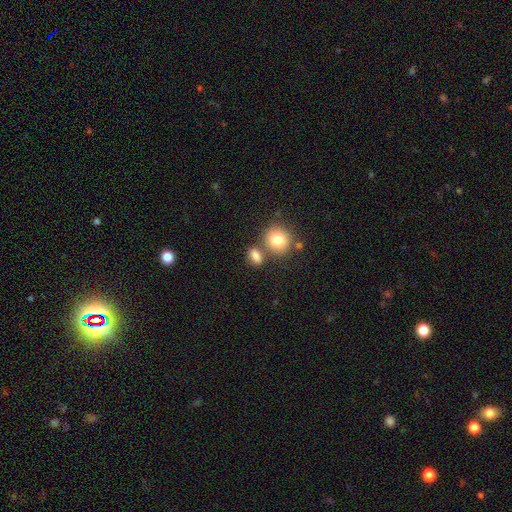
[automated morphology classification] The model was most divided on "how rounded": in between: 64%, round: 33%, cigar-shaped: 4%. More confident: smooth or featured — smooth (82%); merging — none (60%).